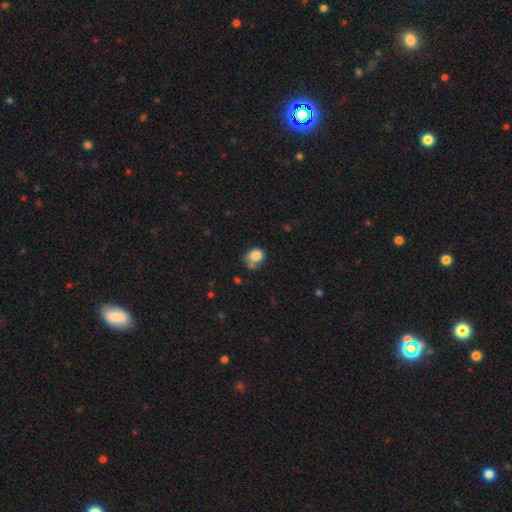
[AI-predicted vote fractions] Smooth or featured?
  - smooth: 82% *
  - star or artifact: 10%
  - featured or disk: 7%
How rounded?
  - round: 65% *
  - in between: 34%
  - cigar-shaped: 1%
Merging?
  - none: 49% *
  - minor disturbance: 26%
  - merger: 17%
  - major disturbance: 9%